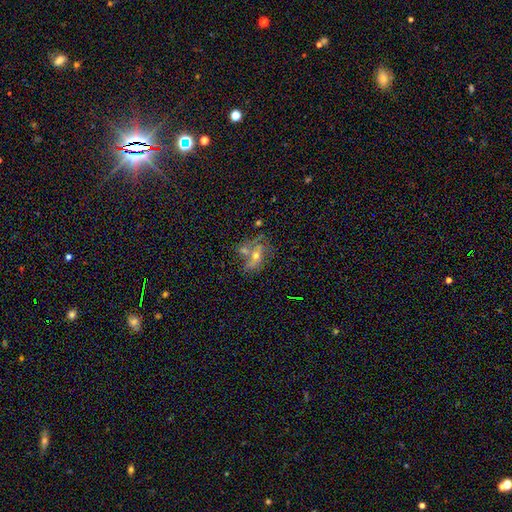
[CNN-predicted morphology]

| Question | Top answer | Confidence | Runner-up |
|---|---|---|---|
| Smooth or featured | featured or disk | 46% | smooth (34%) |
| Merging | none | 37% | merger (36%) |